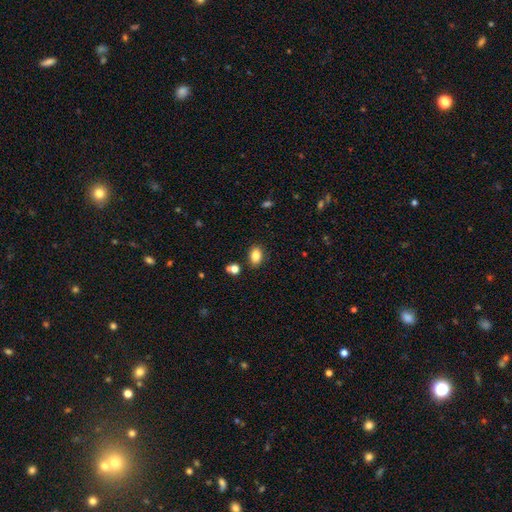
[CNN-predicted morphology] Overall: smooth (84%). How rounded: in between (81%). Merging: none (84%).